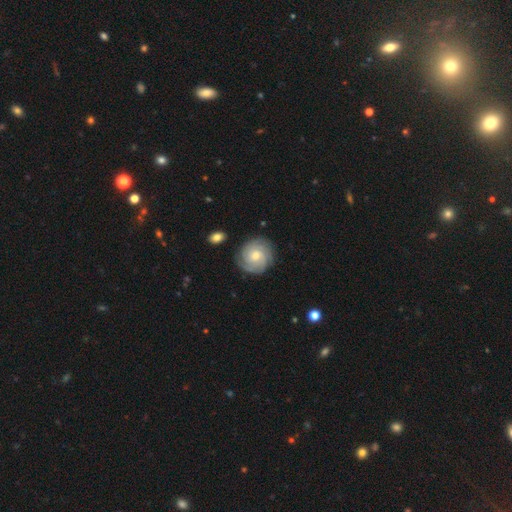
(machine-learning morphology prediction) type=featured or disk (71%); edge-on=no (98%); bar=no (73%); spiral arms=yes (94%); winding=tight (74%); arm count=can't tell (33%); bulge=moderate (52%); merging=none (84%).